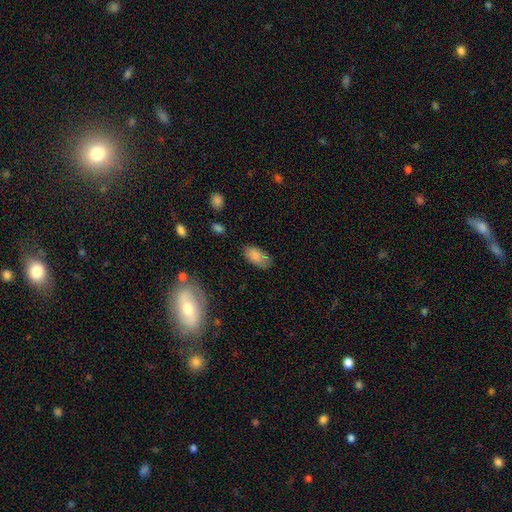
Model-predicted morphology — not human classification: This appears to be a smooth galaxy with no disk features (83%) that is in between round and cigar-shaped (93%). Merging: none (70%).